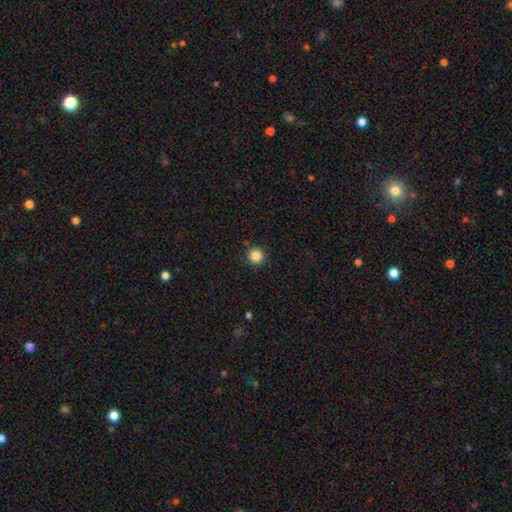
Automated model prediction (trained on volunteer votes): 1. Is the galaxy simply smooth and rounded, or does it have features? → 85% smooth, 11% star or artifact, 4% featured or disk.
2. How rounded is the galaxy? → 96% round, 3% in between, 1% cigar-shaped.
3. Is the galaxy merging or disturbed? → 90% none, 6% minor disturbance, 2% major disturbance, 2% merger.